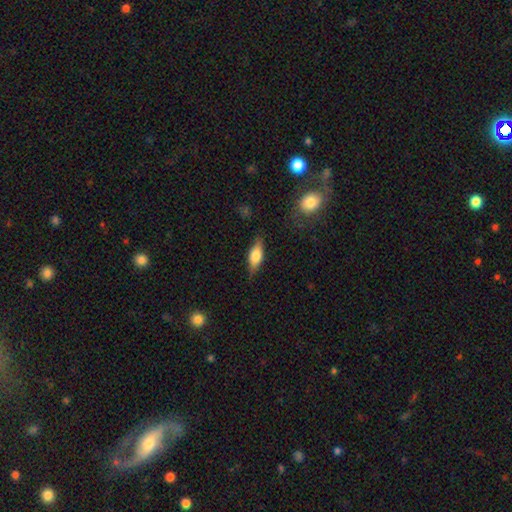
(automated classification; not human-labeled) Q: Smooth or featured?
A: smooth (60%); runner-up: featured or disk (33%)
Q: How rounded?
A: in between (70%); runner-up: cigar-shaped (26%)
Q: Merging?
A: none (79%); runner-up: minor disturbance (16%)